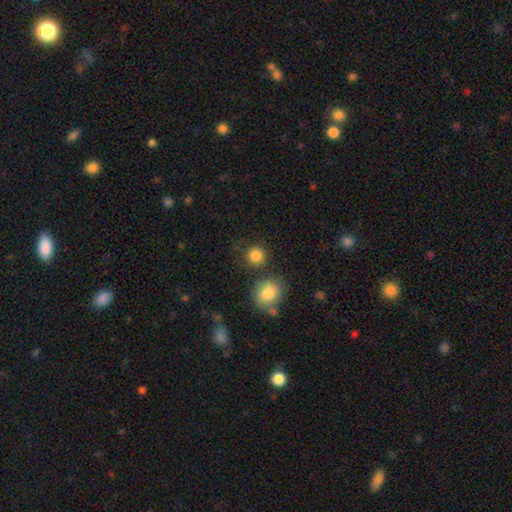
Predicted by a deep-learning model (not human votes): Morphology: type=smooth (85%); roundness=round (90%); merging=none (79%).